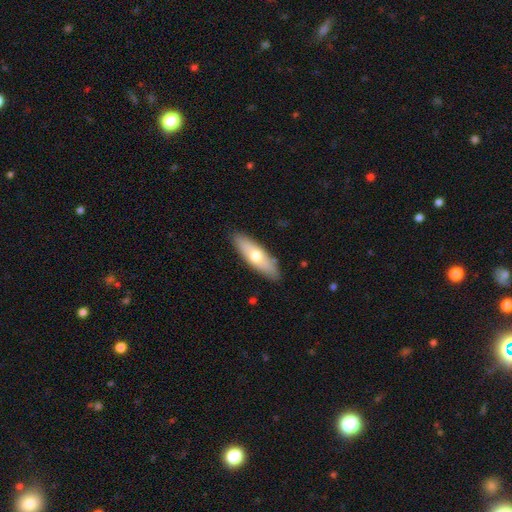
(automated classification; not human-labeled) Smooth or featured? Predicted: smooth (p=0.63). How rounded? Predicted: cigar-shaped (p=0.52). Merging? Predicted: none (p=0.87).